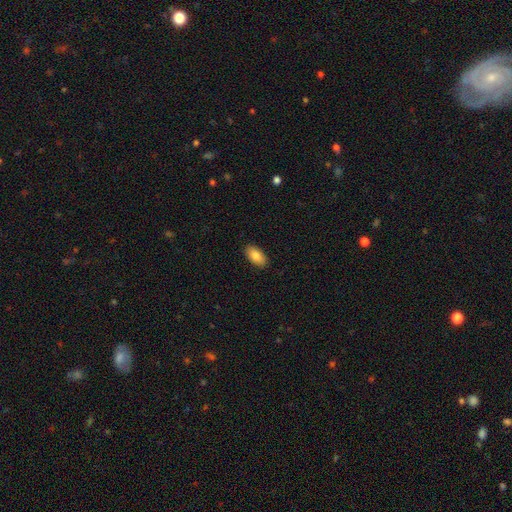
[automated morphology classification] The model was most divided on "smooth or featured": smooth: 86%, featured or disk: 8%, star or artifact: 7%. More confident: how rounded — in between (93%); merging — none (90%).